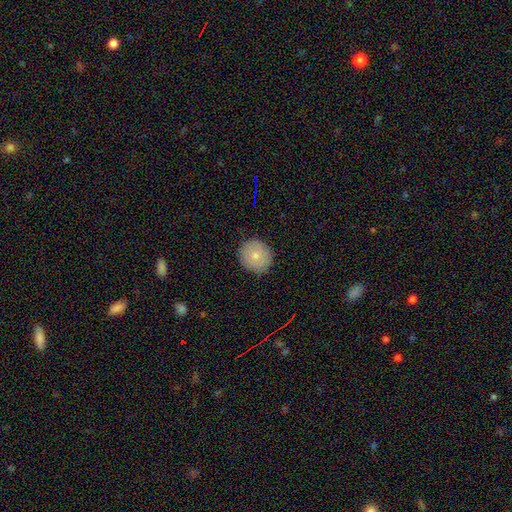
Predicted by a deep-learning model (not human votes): Smooth or featured? smooth (75%)
How rounded? round (89%)
Merging? none (88%)